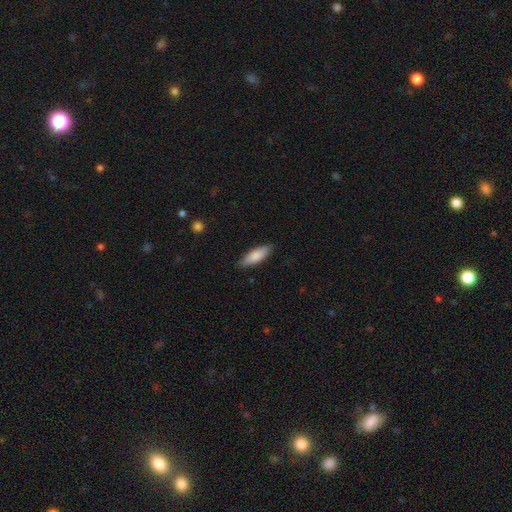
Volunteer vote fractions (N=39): This appears to be a smooth galaxy with no disk features (95%) that is in between round and cigar-shaped (57%). Merging: none (92%).